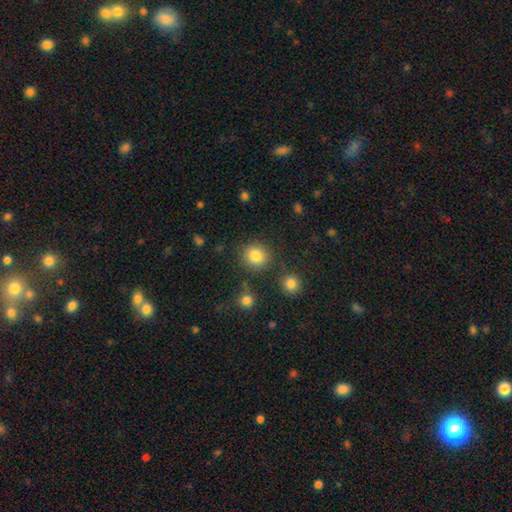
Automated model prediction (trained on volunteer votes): smooth 85%, star or artifact 11%, featured or disk 5%. Down the decision tree: how rounded — round (88%); merging — none (83%).